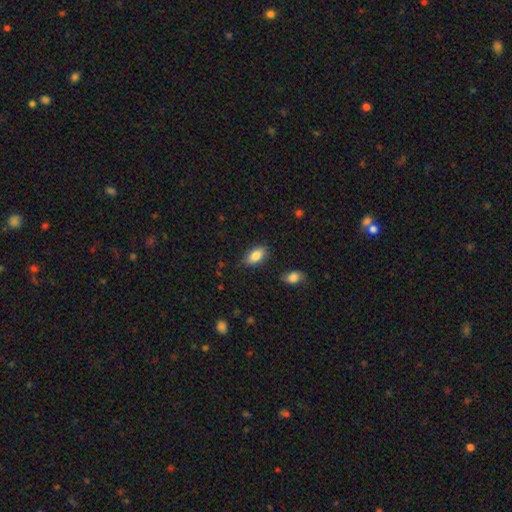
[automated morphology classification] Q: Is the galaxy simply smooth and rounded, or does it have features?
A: smooth — 85%.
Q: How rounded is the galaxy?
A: in between — 90%.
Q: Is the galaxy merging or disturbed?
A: none — 82%.